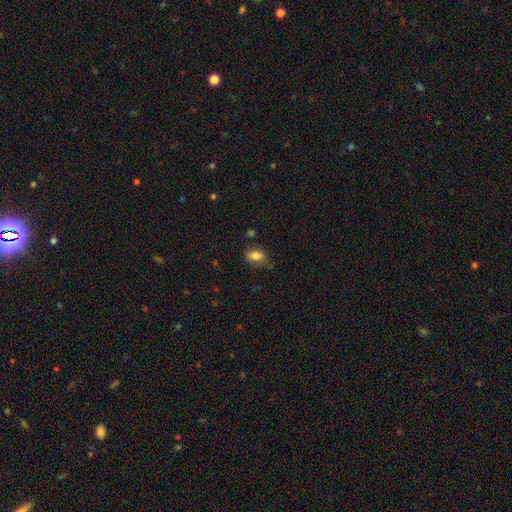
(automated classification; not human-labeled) A smooth galaxy with no disk features (81%) that is in between round and cigar-shaped (83%). Merging: none (65%).